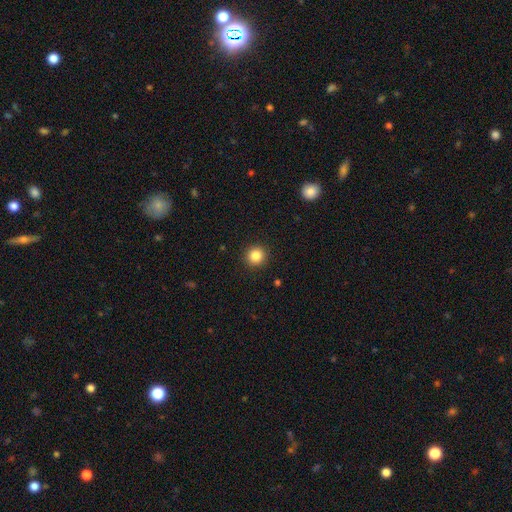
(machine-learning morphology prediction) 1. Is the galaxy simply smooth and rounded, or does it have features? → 85% smooth, 10% star or artifact, 5% featured or disk.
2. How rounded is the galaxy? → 93% round, 6% in between, 1% cigar-shaped.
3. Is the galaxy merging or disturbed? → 92% none, 5% minor disturbance, 2% major disturbance, 1% merger.